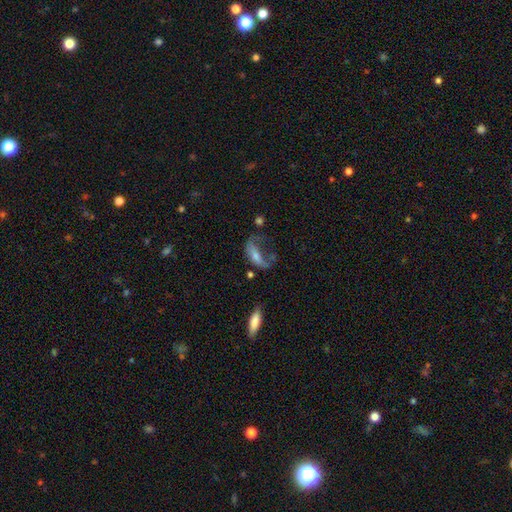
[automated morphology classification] A featured or disk galaxy (47%). Merging: major disturbance (49%).